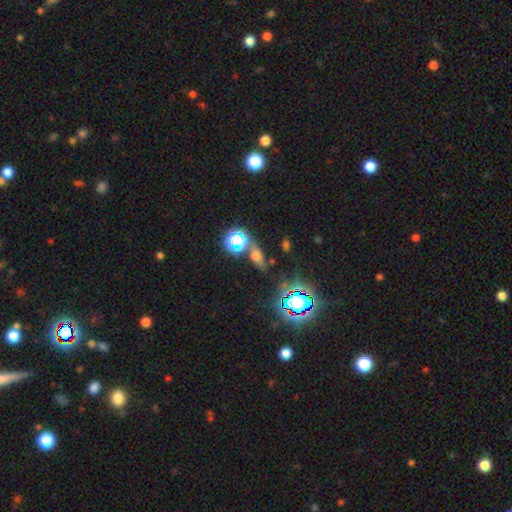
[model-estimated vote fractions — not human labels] Smooth or featured: smooth — 44% (star or artifact — 41%)
Merging: none — 64% (merger — 16%)